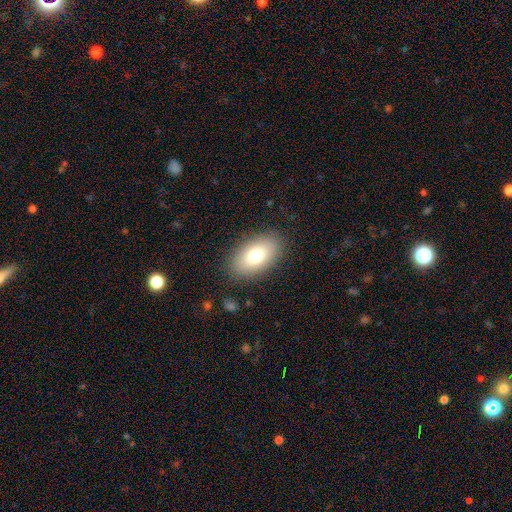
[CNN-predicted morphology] This appears to be a smooth galaxy with no disk features (76%) that is in between round and cigar-shaped (92%). Merging: none (86%).